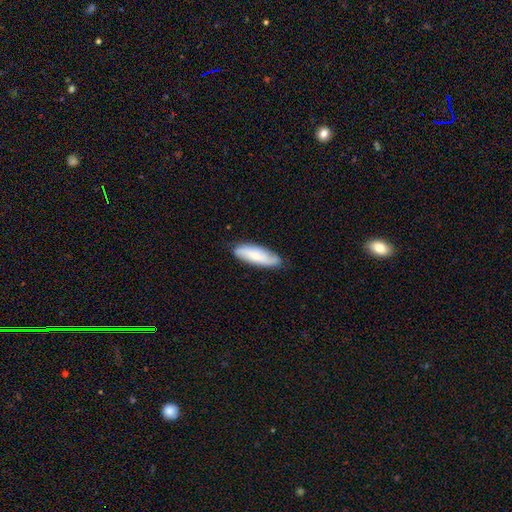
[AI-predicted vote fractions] The model was most divided on "smooth or featured": smooth: 48%, featured or disk: 46%, star or artifact: 6%. More confident: merging — none (80%).